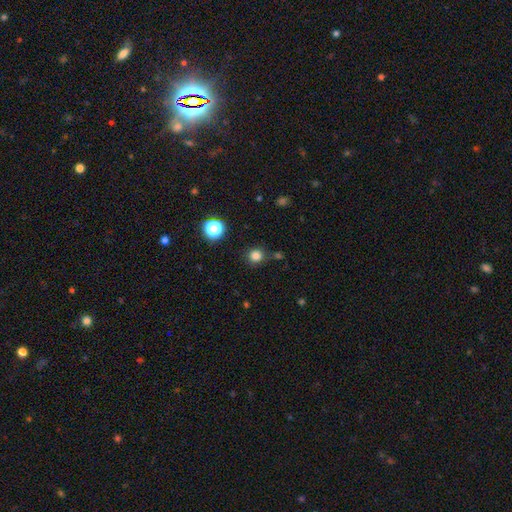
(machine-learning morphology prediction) Smooth or featured: smooth — 80% (star or artifact — 16%)
How rounded: round — 92% (in between — 7%)
Merging: none — 81% (minor disturbance — 10%)